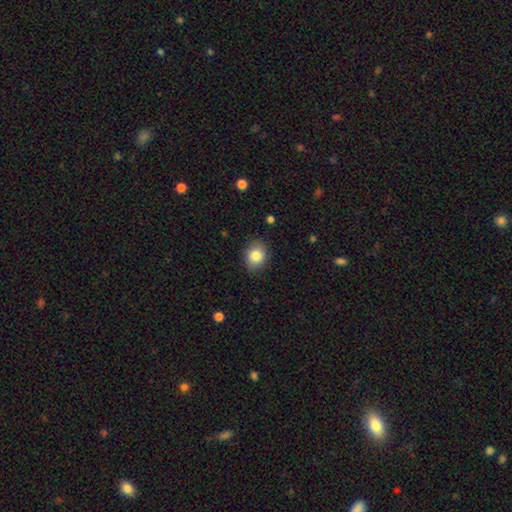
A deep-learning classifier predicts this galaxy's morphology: smooth_or_featured: smooth (p=0.83) [alt: star or artifact p=0.09]
how_rounded: round (p=0.53) [alt: in between p=0.46]
merging: none (p=0.87) [alt: minor disturbance p=0.10]